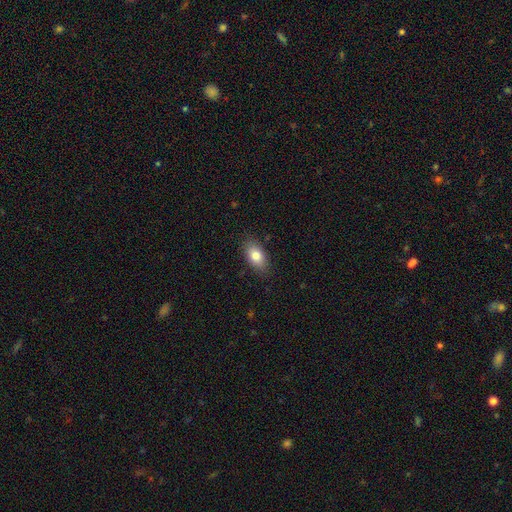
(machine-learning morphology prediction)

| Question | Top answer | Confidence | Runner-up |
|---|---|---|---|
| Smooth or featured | smooth | 81% | featured or disk (11%) |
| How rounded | in between | 89% | round (6%) |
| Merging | none | 85% | minor disturbance (11%) |